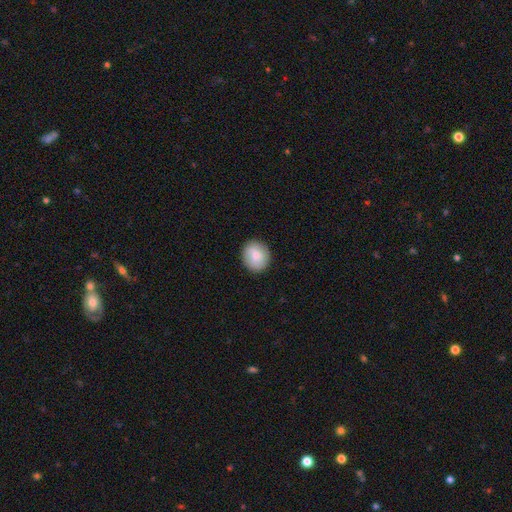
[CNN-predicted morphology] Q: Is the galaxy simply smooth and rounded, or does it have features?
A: smooth — 82%.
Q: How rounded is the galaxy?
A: round — 81%.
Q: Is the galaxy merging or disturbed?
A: none — 88%.